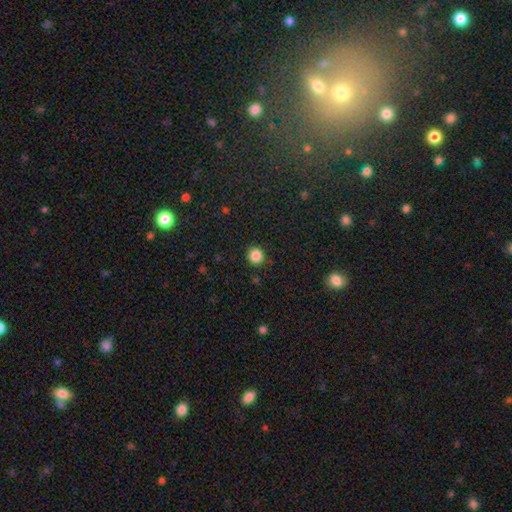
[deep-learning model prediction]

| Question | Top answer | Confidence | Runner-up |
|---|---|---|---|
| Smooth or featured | smooth | 86% | star or artifact (11%) |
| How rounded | round | 90% | in between (9%) |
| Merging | none | 90% | minor disturbance (7%) |